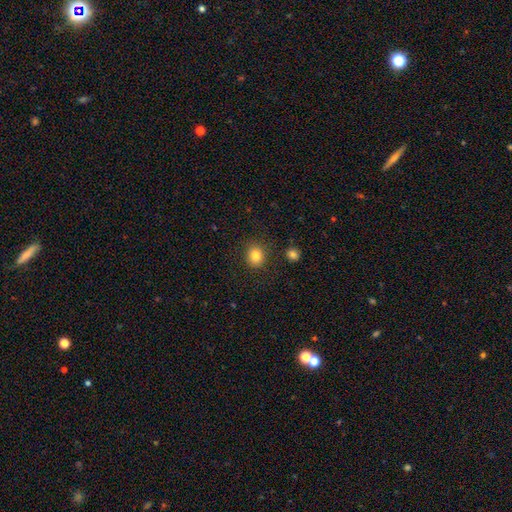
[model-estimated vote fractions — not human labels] A smooth galaxy with no disk features (84%) that is round (78%). Merging: none (88%).